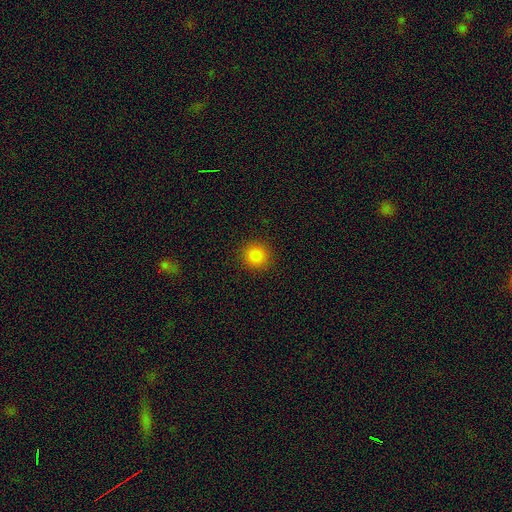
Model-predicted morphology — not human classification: This is clearly a smooth galaxy (86%). How rounded: clearly round (93%). Merging: clearly none (91%).